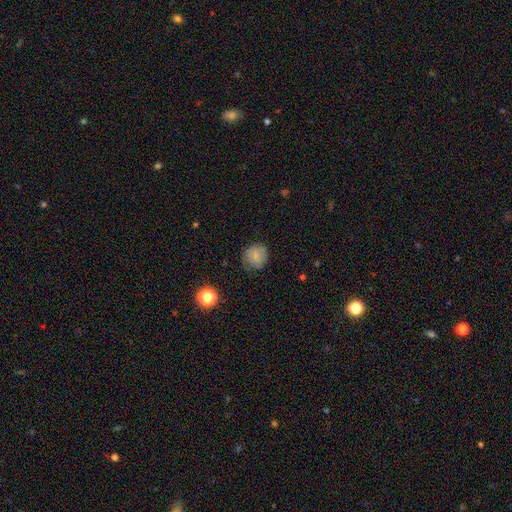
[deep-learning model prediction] This is likely a smooth galaxy (77%). How rounded: likely round (79%). Merging: likely none (75%).